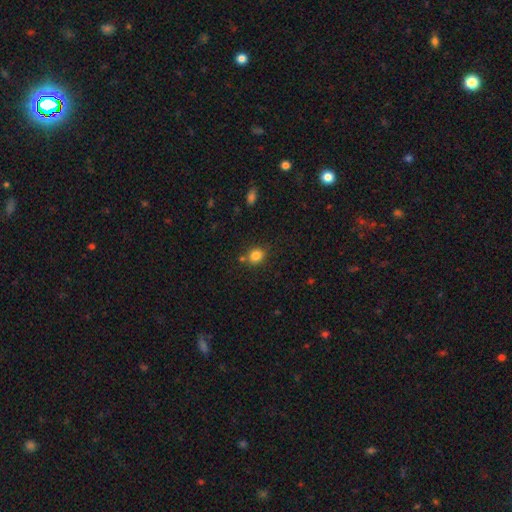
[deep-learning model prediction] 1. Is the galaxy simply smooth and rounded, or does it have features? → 83% smooth, 11% star or artifact, 6% featured or disk.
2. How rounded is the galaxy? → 69% round, 30% in between, 1% cigar-shaped.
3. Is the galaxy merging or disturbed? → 76% none, 11% minor disturbance, 10% merger, 3% major disturbance.